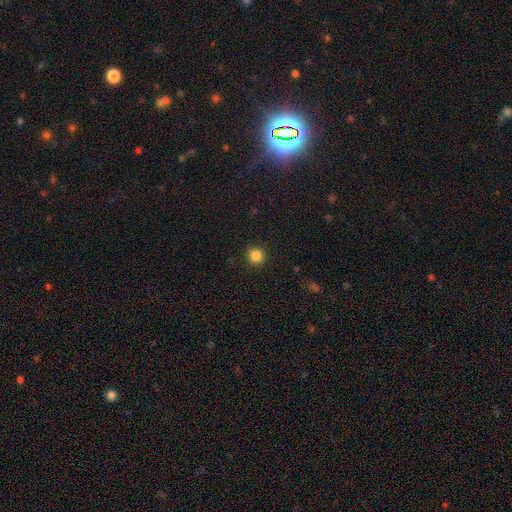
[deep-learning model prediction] smooth 86%, star or artifact 11%, featured or disk 3%. Down the decision tree: how rounded — round (95%); merging — none (92%).